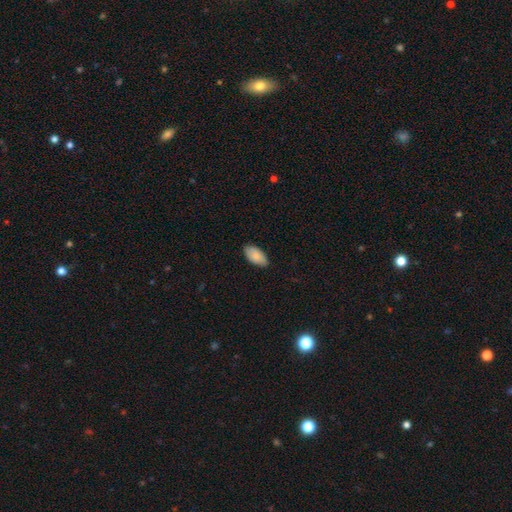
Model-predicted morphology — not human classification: Smooth or featured?
  - smooth: 86% *
  - featured or disk: 8%
  - star or artifact: 6%
How rounded?
  - in between: 95% *
  - cigar-shaped: 3%
  - round: 2%
Merging?
  - none: 86% *
  - minor disturbance: 11%
  - major disturbance: 2%
  - merger: 1%